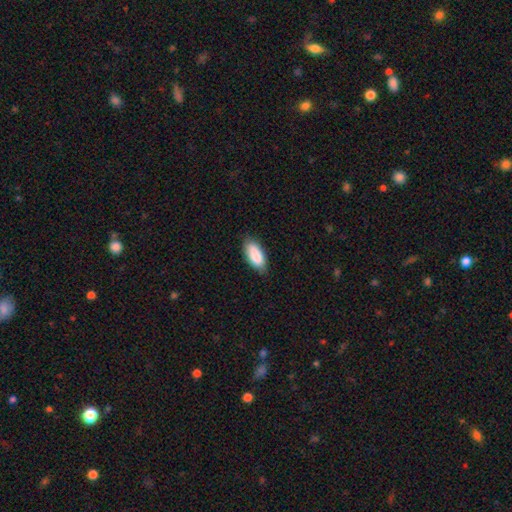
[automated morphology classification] A smooth galaxy with no disk features (86%) that is in between round and cigar-shaped (89%). Merging: none (81%).